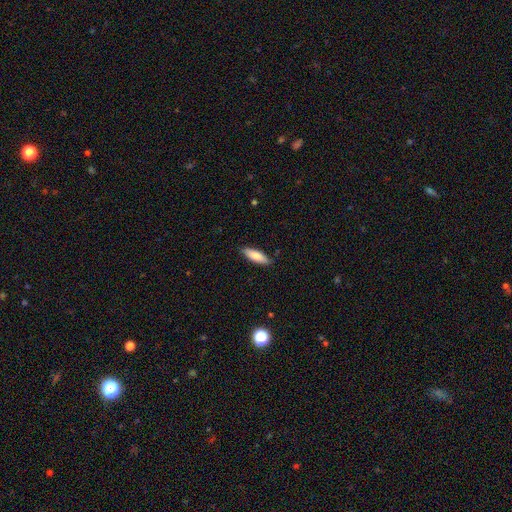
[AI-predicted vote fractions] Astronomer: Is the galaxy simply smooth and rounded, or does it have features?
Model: smooth — 80%.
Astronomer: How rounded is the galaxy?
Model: in between — 54% (runner-up: cigar-shaped, 45%).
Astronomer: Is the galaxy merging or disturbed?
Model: none — 86%.